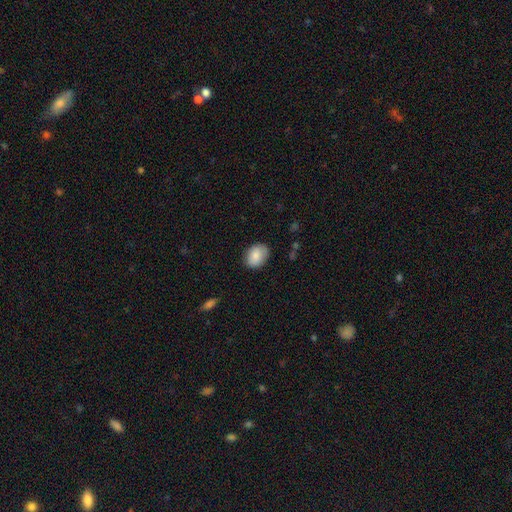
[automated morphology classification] A smooth galaxy with no disk features (84%) that is in between round and cigar-shaped (67%). Merging: none (82%).